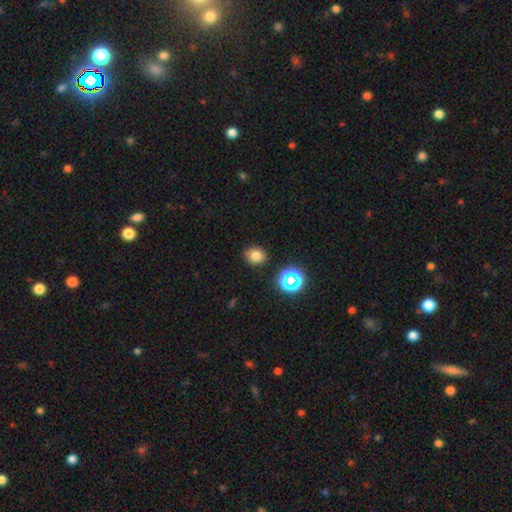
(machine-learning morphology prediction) Smooth or featured?
  - smooth: 76% *
  - star or artifact: 17%
  - featured or disk: 7%
How rounded?
  - round: 64% *
  - in between: 35%
  - cigar-shaped: 1%
Merging?
  - none: 86% *
  - minor disturbance: 10%
  - major disturbance: 2%
  - merger: 2%